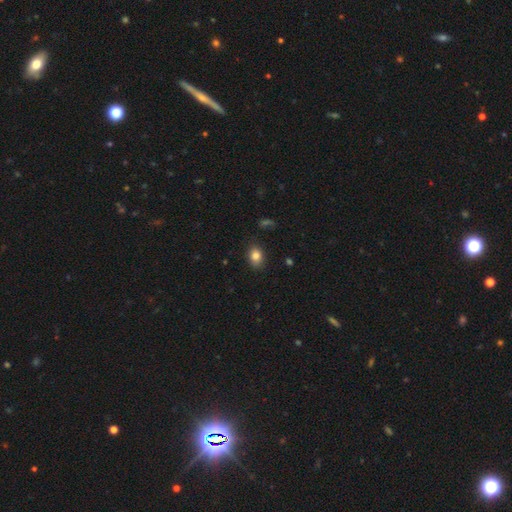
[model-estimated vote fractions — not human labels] smooth_or_featured: smooth (p=0.84) [alt: star or artifact p=0.10]
how_rounded: in between (p=0.68) [alt: round p=0.31]
merging: none (p=0.82) [alt: minor disturbance p=0.14]